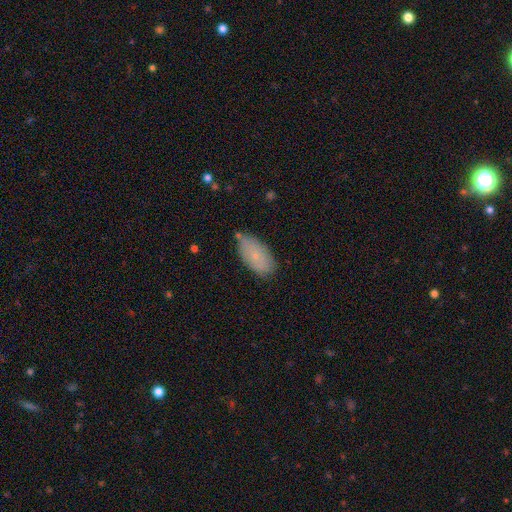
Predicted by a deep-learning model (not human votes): A smooth galaxy with no disk features (78%) that is in between round and cigar-shaped (94%). Merging: none (73%).